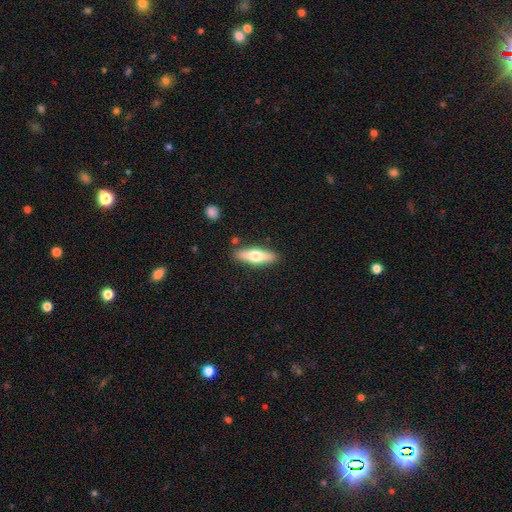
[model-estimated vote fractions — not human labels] This appears to be a smooth galaxy with no disk features (54%) that is cigar-shaped (61%). Merging: none (86%).